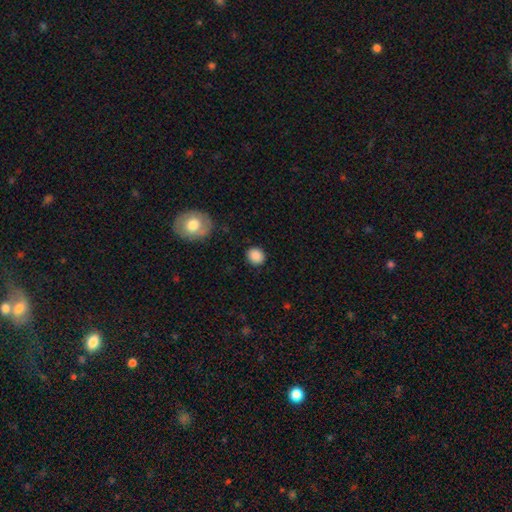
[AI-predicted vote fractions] Smooth or featured?
  - smooth: 88% *
  - star or artifact: 9%
  - featured or disk: 4%
How rounded?
  - round: 77% *
  - in between: 22%
  - cigar-shaped: 1%
Merging?
  - none: 88% *
  - minor disturbance: 8%
  - major disturbance: 3%
  - merger: 1%